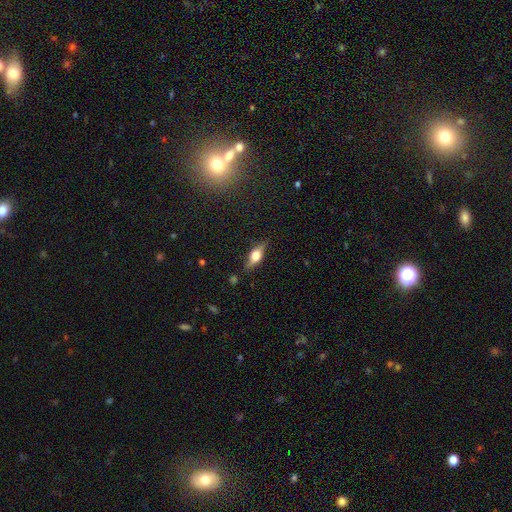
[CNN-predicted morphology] Smooth or featured?
  - featured or disk: 57% *
  - smooth: 36%
  - star or artifact: 8%
Edge-on disk?
  - yes: 92% *
  - no: 8%
Edge-on bulge?
  - rounded: 93% *
  - boxy: 5%
  - none: 1%
Merging?
  - none: 82% *
  - minor disturbance: 13%
  - major disturbance: 3%
  - merger: 2%